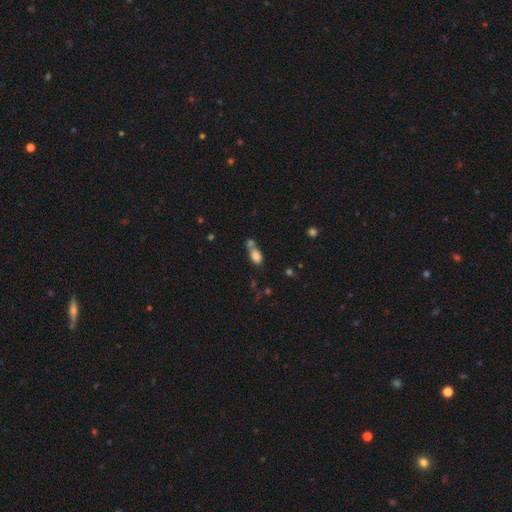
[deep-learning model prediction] This appears to be a smooth galaxy with no disk features (81%) that is in between round and cigar-shaped (86%). Merging: merger (52%).